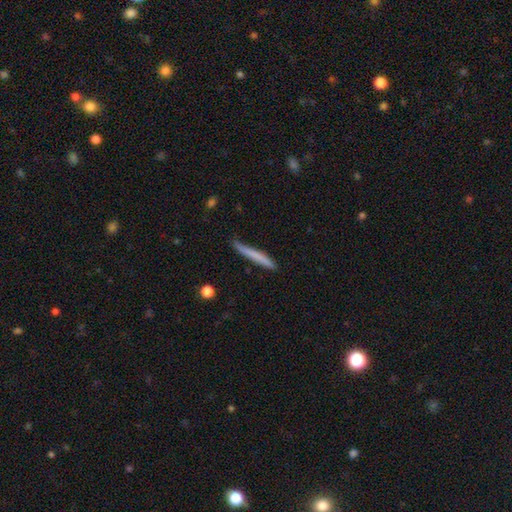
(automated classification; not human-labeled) Smooth or featured?
  - smooth: 70% *
  - featured or disk: 24%
  - star or artifact: 6%
How rounded?
  - cigar-shaped: 97% *
  - in between: 2%
  - round: 1%
Merging?
  - none: 82% *
  - minor disturbance: 14%
  - major disturbance: 2%
  - merger: 2%